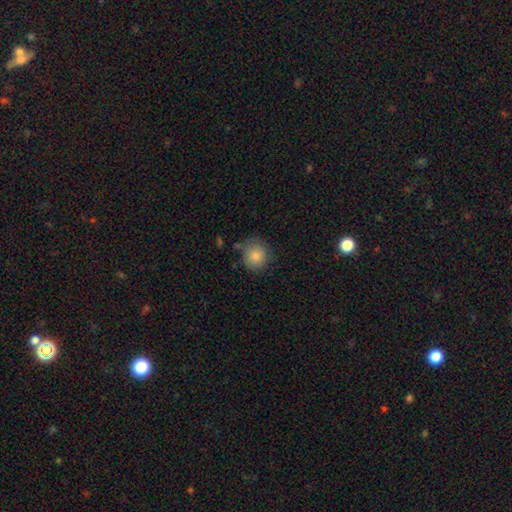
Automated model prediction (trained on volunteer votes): Q: Smooth or featured?
A: smooth (85%); runner-up: star or artifact (8%)
Q: How rounded?
A: round (83%); runner-up: in between (16%)
Q: Merging?
A: none (76%); runner-up: minor disturbance (16%)